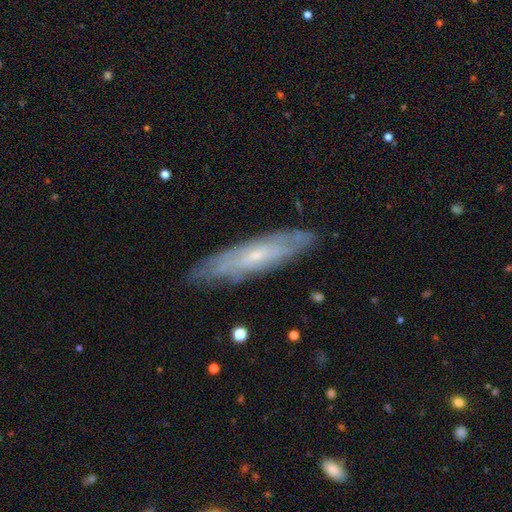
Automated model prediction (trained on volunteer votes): Morphology: type=featured or disk (67%); edge-on=no (56%); merging=none (82%).